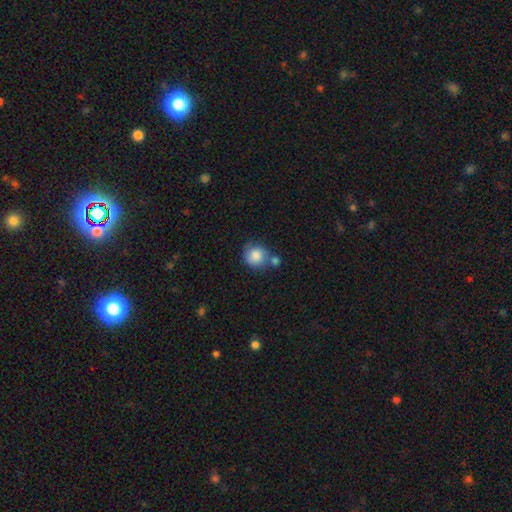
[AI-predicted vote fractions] The model was most divided on "merging": none: 43%, merger: 31%, minor disturbance: 19%, major disturbance: 7%. More confident: how rounded — round (81%); smooth or featured — smooth (80%).